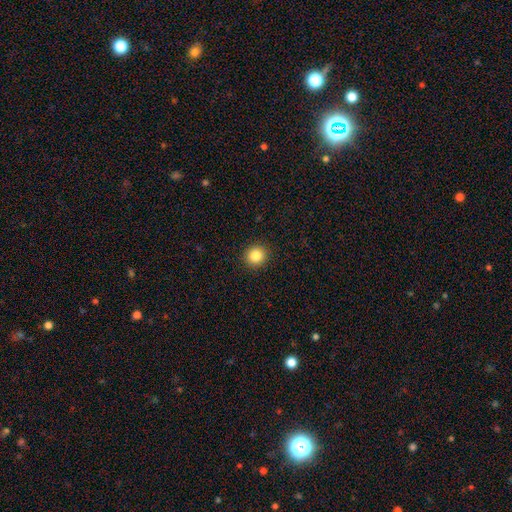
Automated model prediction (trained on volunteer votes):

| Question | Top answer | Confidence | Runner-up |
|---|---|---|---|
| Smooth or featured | smooth | 84% | star or artifact (10%) |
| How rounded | round | 91% | in between (9%) |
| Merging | none | 92% | minor disturbance (5%) |